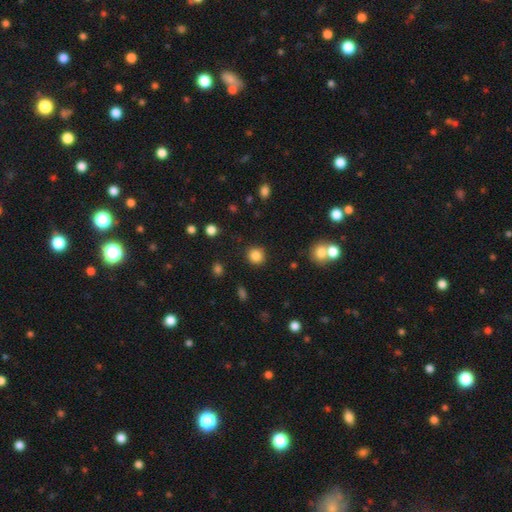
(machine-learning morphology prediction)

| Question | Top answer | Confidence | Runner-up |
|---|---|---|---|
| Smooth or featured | smooth | 85% | star or artifact (11%) |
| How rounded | round | 91% | in between (8%) |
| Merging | none | 89% | minor disturbance (6%) |